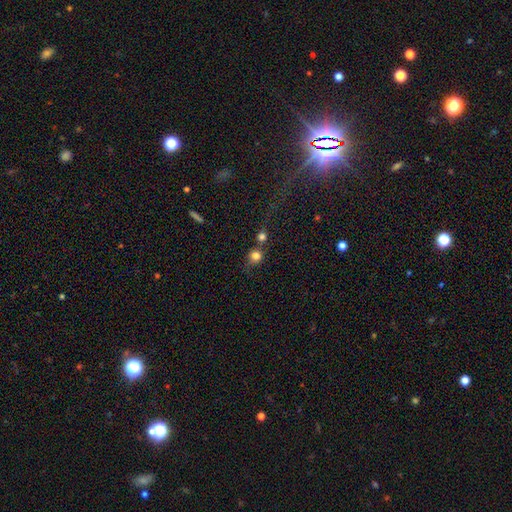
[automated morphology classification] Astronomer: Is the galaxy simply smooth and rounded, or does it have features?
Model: smooth — 79%.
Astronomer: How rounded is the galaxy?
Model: round — 84%.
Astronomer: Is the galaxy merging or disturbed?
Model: none — 52% (runner-up: merger, 32%).